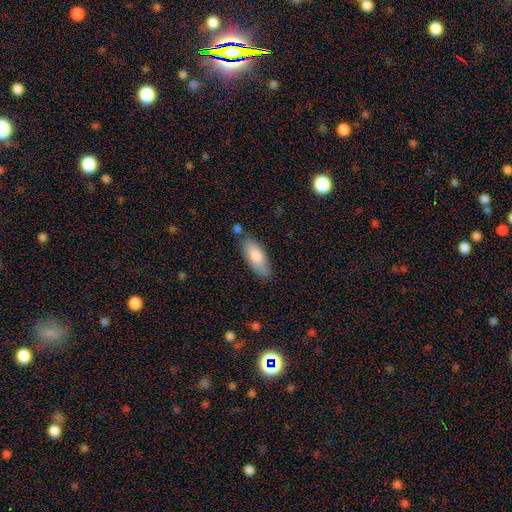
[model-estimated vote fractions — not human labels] Smooth or featured: smooth — 79% (featured or disk — 14%)
How rounded: in between — 74% (cigar-shaped — 24%)
Merging: none — 79% (minor disturbance — 14%)